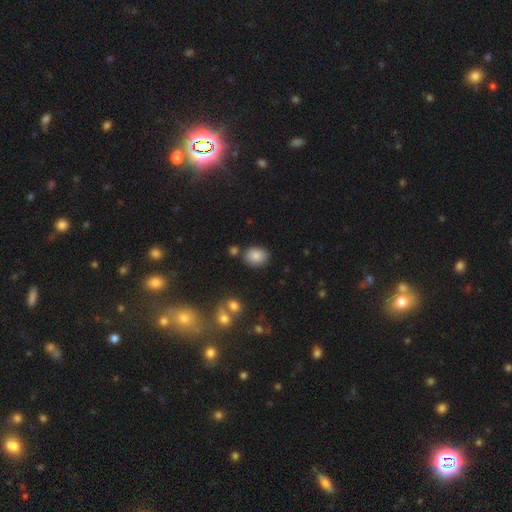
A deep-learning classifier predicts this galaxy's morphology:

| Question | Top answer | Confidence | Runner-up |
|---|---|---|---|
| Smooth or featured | smooth | 85% | star or artifact (9%) |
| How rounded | in between | 56% | round (43%) |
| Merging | none | 77% | minor disturbance (13%) |